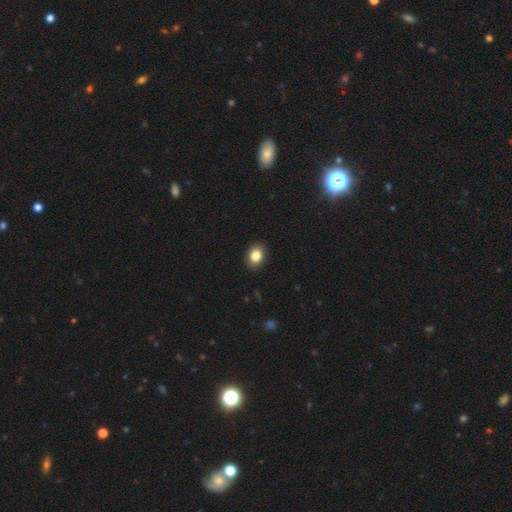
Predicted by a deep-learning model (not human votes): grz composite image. It shows a smooth galaxy with no disk features (85%) that is in between round and cigar-shaped (64%). Merging: none (90%).